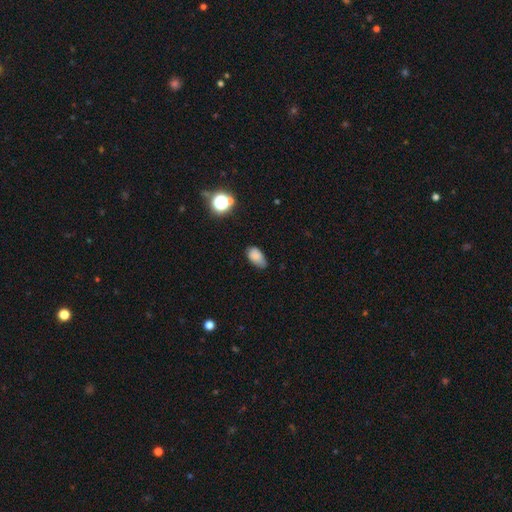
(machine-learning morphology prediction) Smooth or featured? Predicted: smooth (p=0.82). How rounded? Predicted: in between (p=0.91). Merging? Predicted: none (p=0.60).